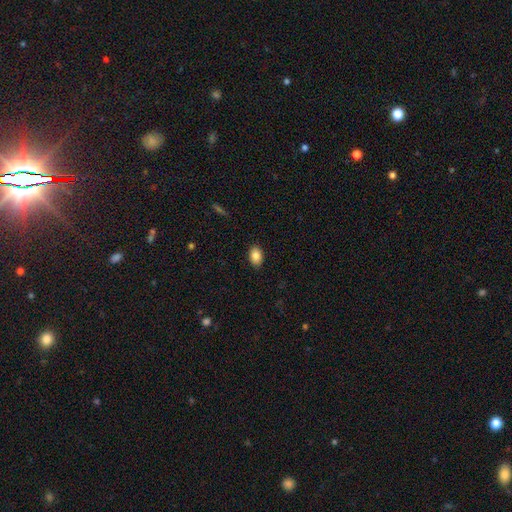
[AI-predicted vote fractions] smooth_or_featured: smooth (p=0.86) [alt: star or artifact p=0.08]
how_rounded: in between (p=0.85) [alt: round p=0.14]
merging: none (p=0.89) [alt: minor disturbance p=0.08]